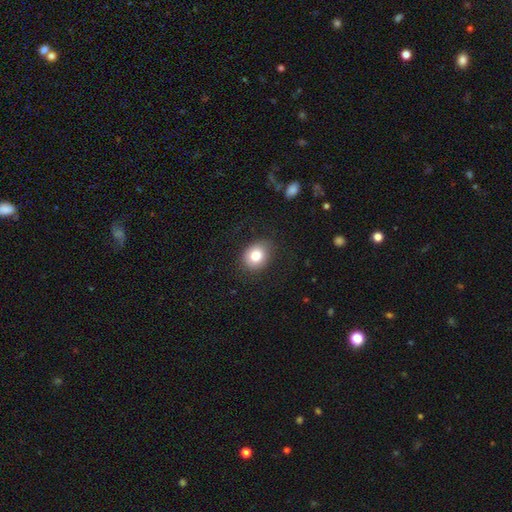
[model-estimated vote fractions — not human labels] smooth_or_featured: smooth (p=0.83) [alt: star or artifact p=0.09]
how_rounded: round (p=0.55) [alt: in between p=0.44]
merging: none (p=0.80) [alt: minor disturbance p=0.15]